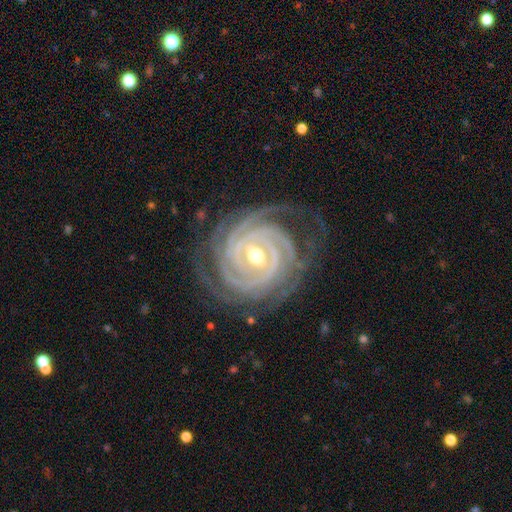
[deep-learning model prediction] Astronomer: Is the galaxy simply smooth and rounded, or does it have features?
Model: featured or disk — 94%.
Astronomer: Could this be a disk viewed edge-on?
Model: no — 98%.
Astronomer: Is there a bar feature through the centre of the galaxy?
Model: weak — 39%, tied with strong at 39%.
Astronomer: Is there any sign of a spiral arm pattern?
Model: yes — 99%.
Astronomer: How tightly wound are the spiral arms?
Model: tight — 88%.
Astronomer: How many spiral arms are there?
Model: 4 — 27% (runner-up: 3, 26%).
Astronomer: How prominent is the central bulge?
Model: moderate — 57% (runner-up: small, 40%).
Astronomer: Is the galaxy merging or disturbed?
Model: none — 78%.